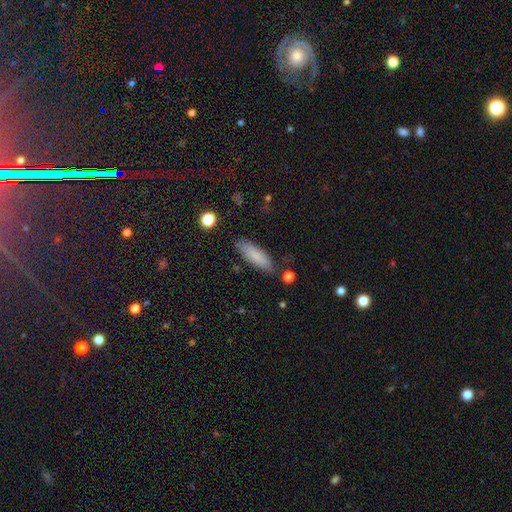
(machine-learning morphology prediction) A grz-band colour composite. It shows a smooth galaxy with no disk features (83%) that is cigar-shaped (51%). Merging: none (83%).